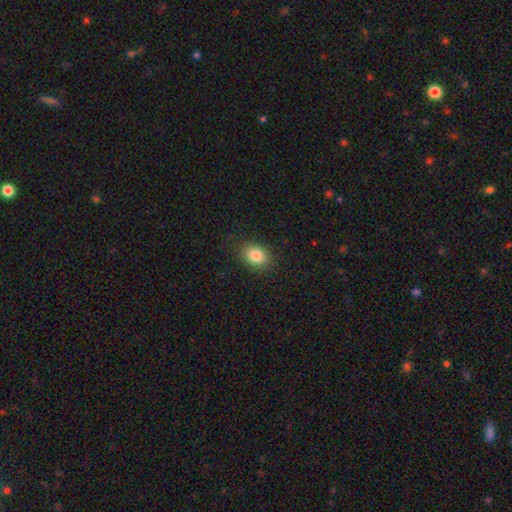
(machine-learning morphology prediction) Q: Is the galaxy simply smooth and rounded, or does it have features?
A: smooth — 83%.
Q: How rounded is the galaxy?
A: in between — 63%.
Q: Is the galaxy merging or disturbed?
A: none — 85%.